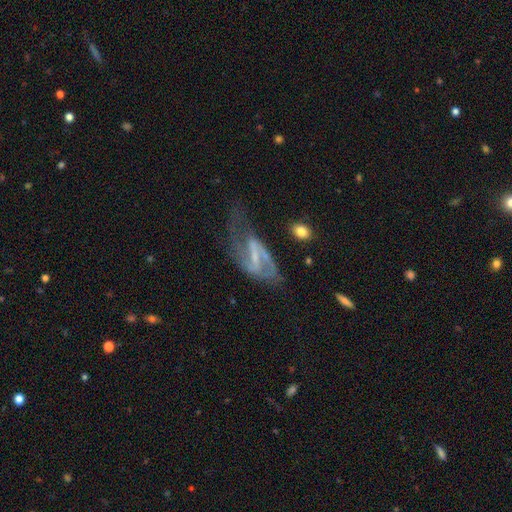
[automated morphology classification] This appears to be a featured or disk galaxy (82%) with a strong bar (49%), 2 (80%) medium (42%, tied with loose) spiral arms (87%) and a small central bulge (51%). Merging: none (42%).